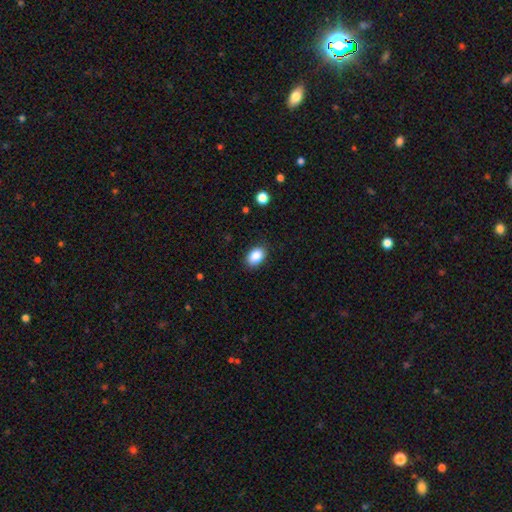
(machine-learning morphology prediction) Overall: smooth (88%). How rounded: in between (85%). Merging: none (87%).